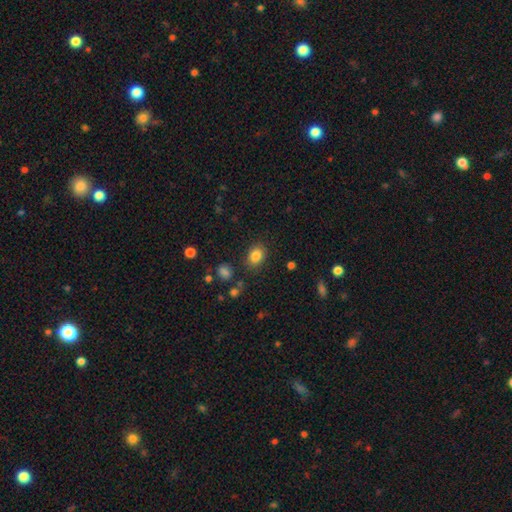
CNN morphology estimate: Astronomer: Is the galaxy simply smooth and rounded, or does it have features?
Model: smooth — 83%.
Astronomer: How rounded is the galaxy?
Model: in between — 58% (runner-up: round, 41%).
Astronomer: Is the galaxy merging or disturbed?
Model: none — 83%.